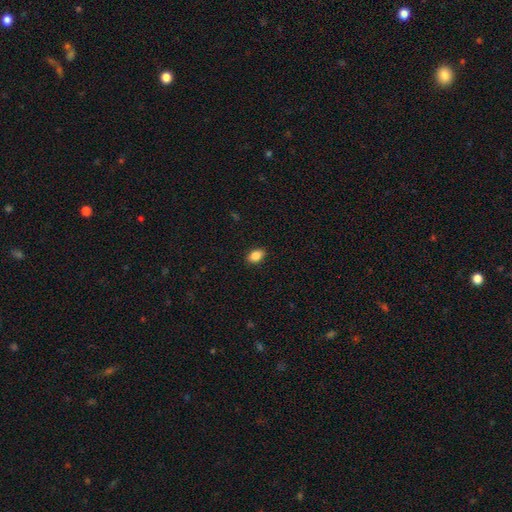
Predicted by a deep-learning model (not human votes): smooth_or_featured: smooth (p=0.87) [alt: star or artifact p=0.09]
how_rounded: in between (p=0.84) [alt: round p=0.14]
merging: none (p=0.88) [alt: minor disturbance p=0.09]